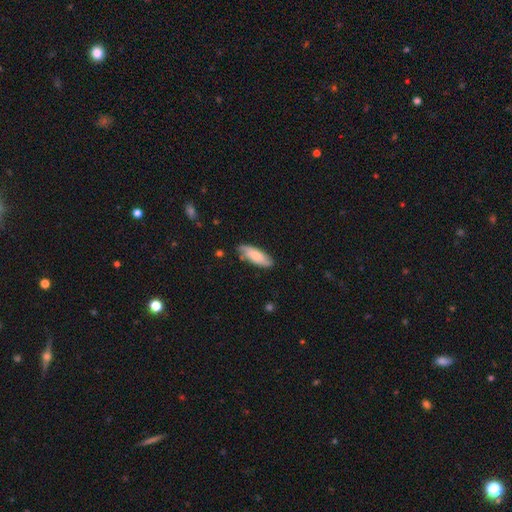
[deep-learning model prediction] Overall: smooth (65%; featured or disk 29%). How rounded: in between (65%; cigar-shaped 33%). Merging: none (78%).